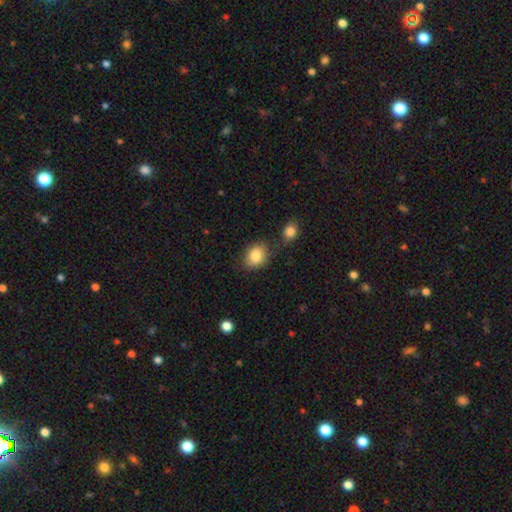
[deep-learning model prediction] Overall: smooth (85%). How rounded: in between (56%; round 43%). Merging: none (65%).